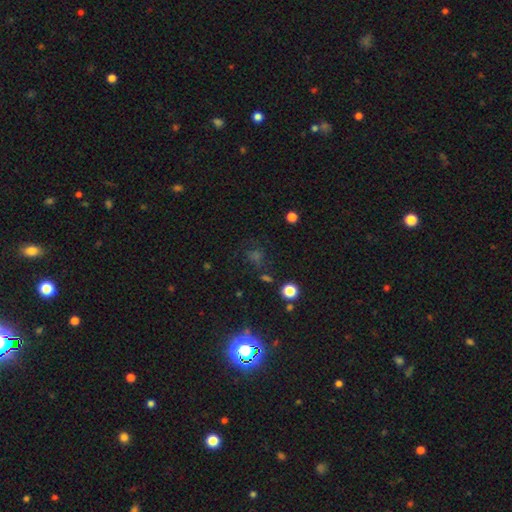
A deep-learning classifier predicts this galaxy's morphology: A star or artifact, not a galaxy (57%).

Vote fractions:
- Smooth or featured? star or artifact: 57% / smooth: 33% / featured or disk: 10%